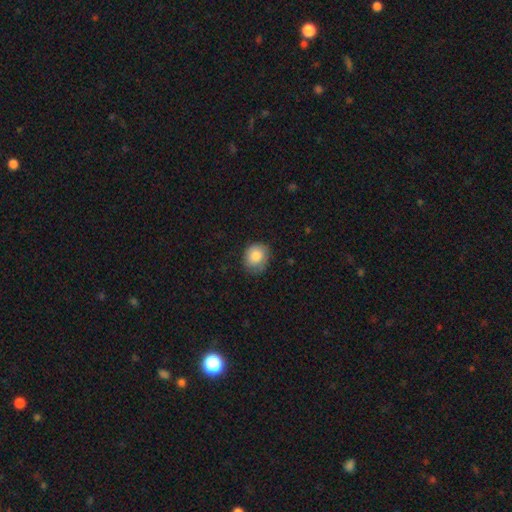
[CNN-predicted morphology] Q: Smooth or featured?
A: smooth (82%); runner-up: featured or disk (10%)
Q: How rounded?
A: round (64%); runner-up: in between (36%)
Q: Merging?
A: none (67%); runner-up: minor disturbance (25%)